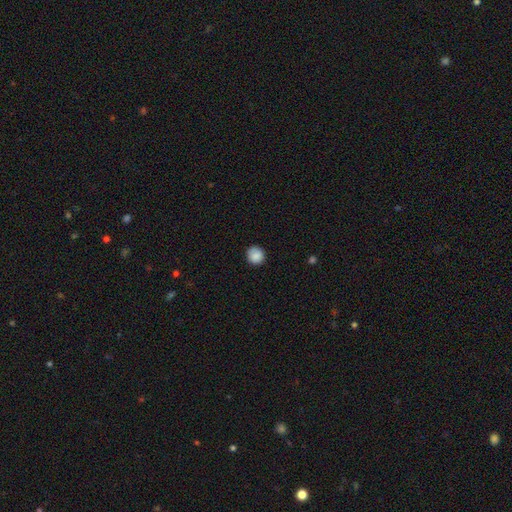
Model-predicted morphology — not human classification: This appears to be a smooth galaxy with no disk features (87%) that is round (91%). Merging: none (86%).